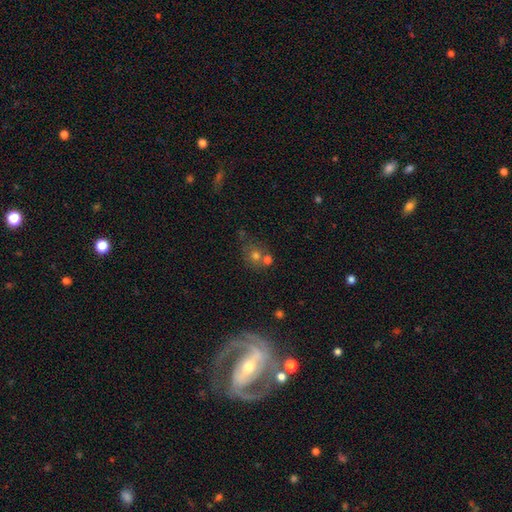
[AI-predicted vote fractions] smooth_or_featured: smooth (p=0.58) [alt: star or artifact p=0.23]
how_rounded: round (p=0.79) [alt: in between p=0.20]
merging: none (p=0.51) [alt: merger p=0.31]